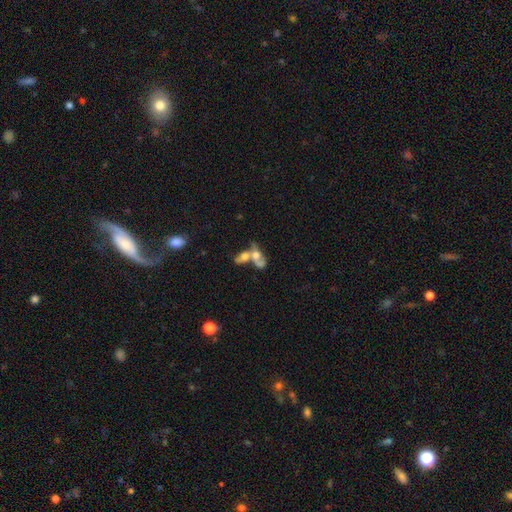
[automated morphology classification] Smooth or featured: smooth — 48% (featured or disk — 41%)
Merging: merger — 76% (none — 11%)